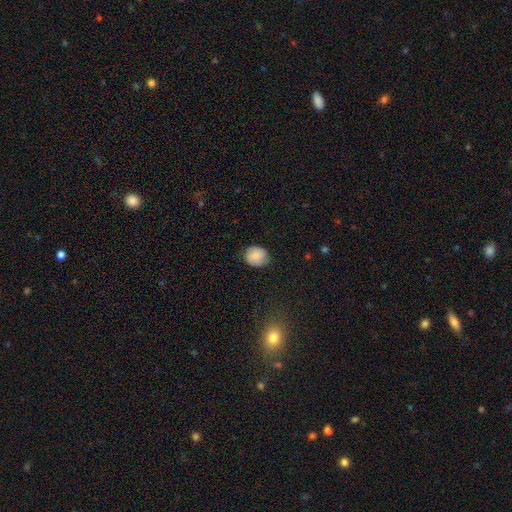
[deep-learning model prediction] smooth-or-featured: smooth: 78% | featured or disk: 14% | star or artifact: 8%
  how-rounded: round: 72% | in between: 27% | cigar-shaped: 1%
  merging: none: 80% | minor disturbance: 15% | major disturbance: 3% | merger: 1%